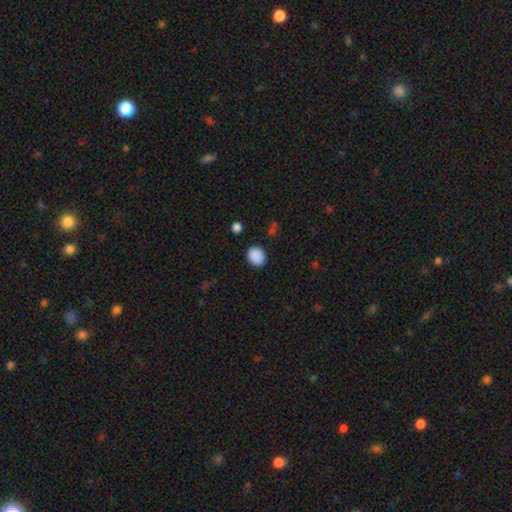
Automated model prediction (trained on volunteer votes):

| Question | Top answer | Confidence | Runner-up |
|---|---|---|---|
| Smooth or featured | smooth | 89% | star or artifact (8%) |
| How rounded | round | 59% | in between (40%) |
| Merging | none | 87% | minor disturbance (9%) |